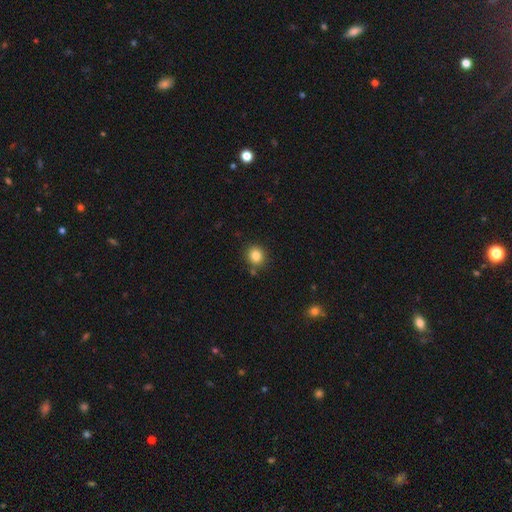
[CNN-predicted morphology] Smooth or featured? Predicted: smooth (p=0.84). How rounded? Predicted: round (p=0.83). Merging? Predicted: none (p=0.84).